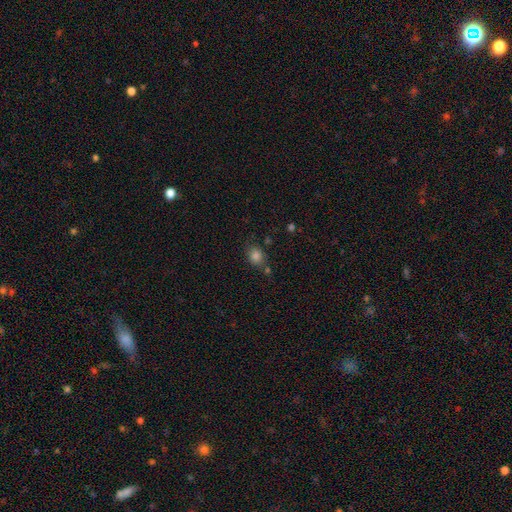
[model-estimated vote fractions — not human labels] Smooth or featured? Predicted: smooth (p=0.82). How rounded? Predicted: round (p=0.56). Merging? Predicted: none (p=0.67).